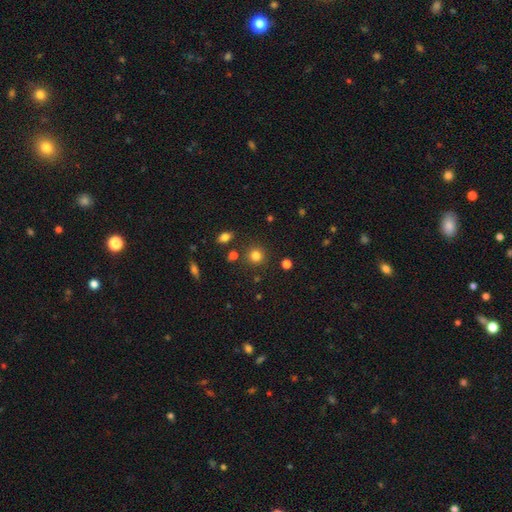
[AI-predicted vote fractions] Smooth or featured: smooth — 81% (star or artifact — 14%)
How rounded: round — 91% (in between — 8%)
Merging: none — 85% (minor disturbance — 8%)